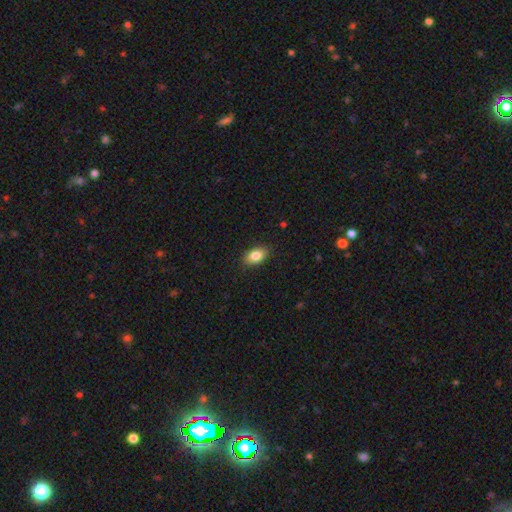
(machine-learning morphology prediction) The model was most divided on "smooth or featured": smooth: 84%, featured or disk: 8%, star or artifact: 8%. More confident: how rounded — in between (89%); merging — none (88%).